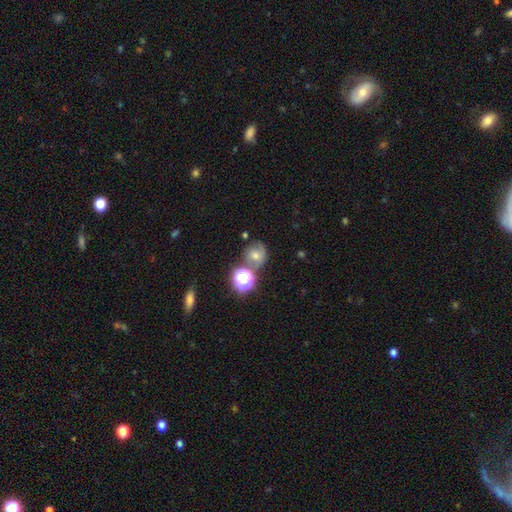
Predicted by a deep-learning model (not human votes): smooth-or-featured: smooth: 40% | star or artifact: 31% | featured or disk: 28%
  merging: none: 67% | minor disturbance: 14% | merger: 13% | major disturbance: 6%